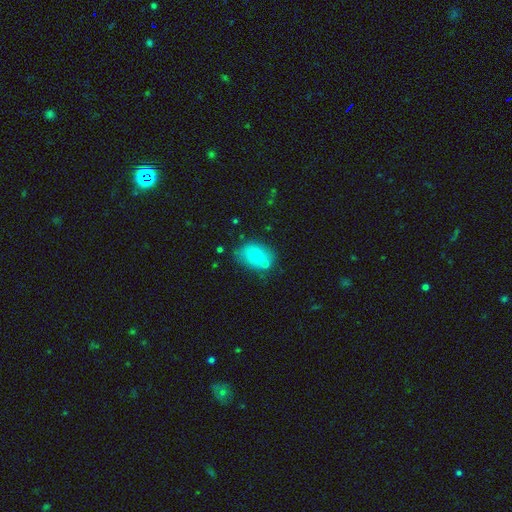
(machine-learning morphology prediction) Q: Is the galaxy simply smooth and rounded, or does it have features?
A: smooth — 72%.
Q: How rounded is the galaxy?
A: in between — 71%.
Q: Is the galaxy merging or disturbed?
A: none — 56%.